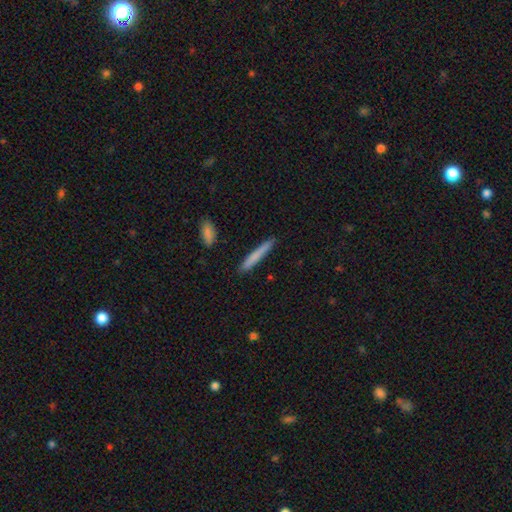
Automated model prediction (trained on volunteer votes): Overall: smooth (75%). How rounded: cigar-shaped (96%). Merging: none (89%).